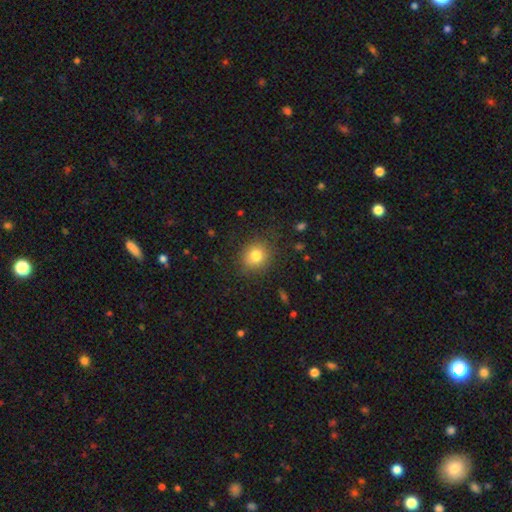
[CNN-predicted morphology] smooth_or_featured: smooth (p=0.80) [alt: star or artifact p=0.12]
how_rounded: round (p=0.83) [alt: in between p=0.16]
merging: none (p=0.85) [alt: minor disturbance p=0.10]